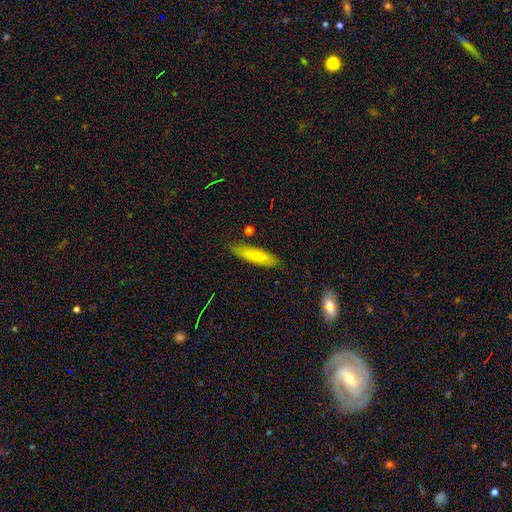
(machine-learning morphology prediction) Smooth or featured? Predicted: smooth (p=0.69). How rounded? Predicted: cigar-shaped (p=0.74). Merging? Predicted: none (p=0.83).